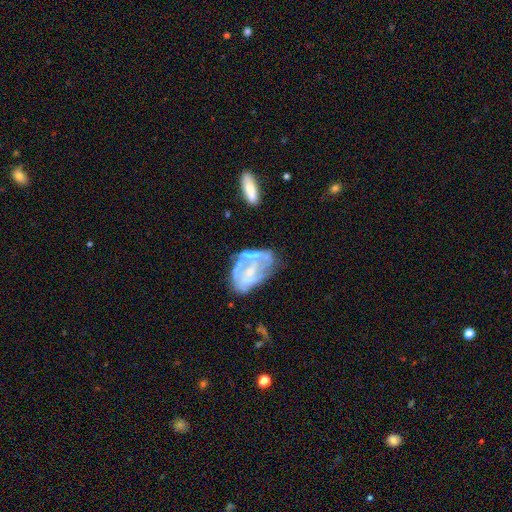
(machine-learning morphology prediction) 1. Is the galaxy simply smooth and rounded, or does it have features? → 73% featured or disk, 19% smooth, 8% star or artifact.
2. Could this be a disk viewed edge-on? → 97% no, 3% yes.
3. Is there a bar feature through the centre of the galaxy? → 72% no, 20% weak, 8% strong.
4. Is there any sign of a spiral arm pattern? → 61% no, 39% yes.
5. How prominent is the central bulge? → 47% none, 24% moderate, 22% small, 5% large, 2% dominant.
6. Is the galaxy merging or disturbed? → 39% none, 23% major disturbance, 21% minor disturbance, 17% merger.